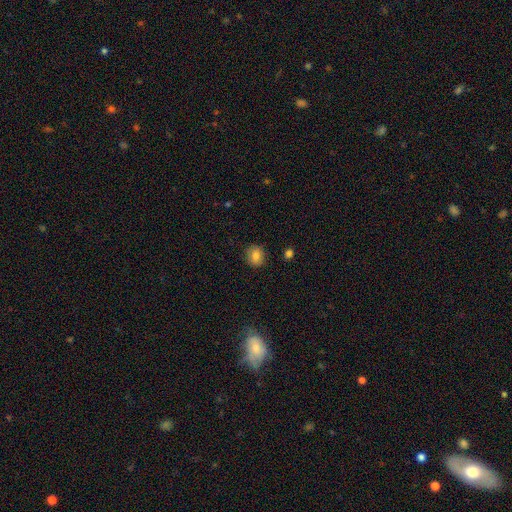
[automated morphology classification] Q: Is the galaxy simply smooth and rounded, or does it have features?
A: smooth — 80%.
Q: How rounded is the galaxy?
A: round — 62%.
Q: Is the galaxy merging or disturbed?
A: none — 87%.